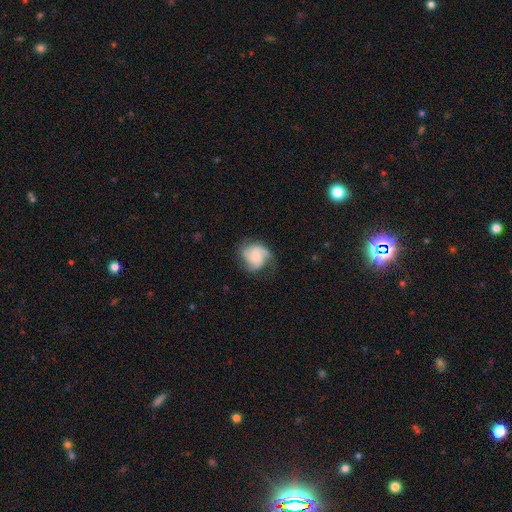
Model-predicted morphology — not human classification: featured or disk 60%, smooth 32%, star or artifact 8%. Down the decision tree: edge-on disk — no (98%); bar — no (70%); spiral arms — yes (90%); spiral arm count — 3 (39%); spiral winding — medium (44%); bulge size — small (43%); merging — none (56%).